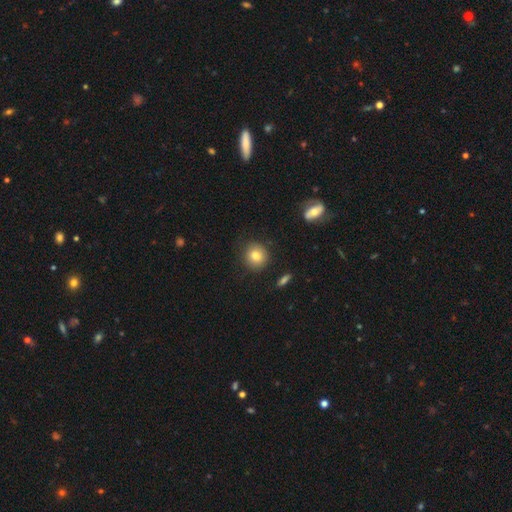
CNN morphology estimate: smooth 80%, featured or disk 11%, star or artifact 10%. Down the decision tree: how rounded — round (90%); merging — none (85%).